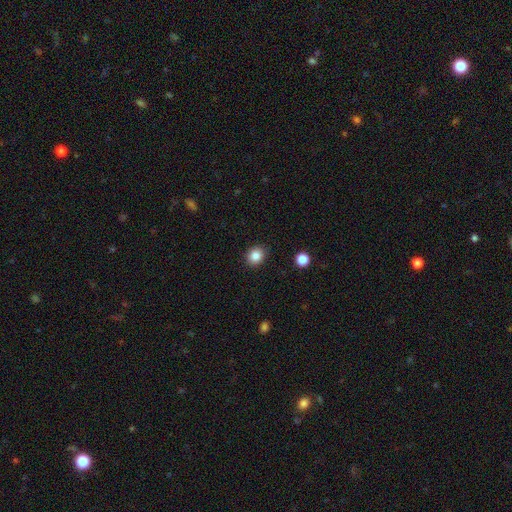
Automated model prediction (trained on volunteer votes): A smooth galaxy with no disk features (85%) that is round (68%). Merging: none (90%).